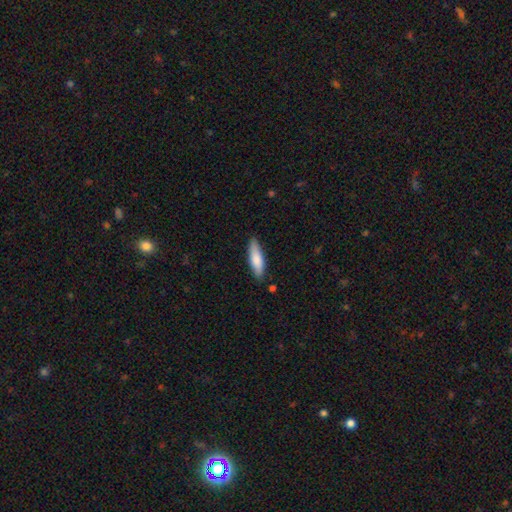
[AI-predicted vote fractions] smooth-or-featured: smooth: 78% | featured or disk: 16% | star or artifact: 6%
  how-rounded: cigar-shaped: 60% | in between: 38% | round: 2%
  merging: none: 84% | minor disturbance: 12% | major disturbance: 2% | merger: 2%